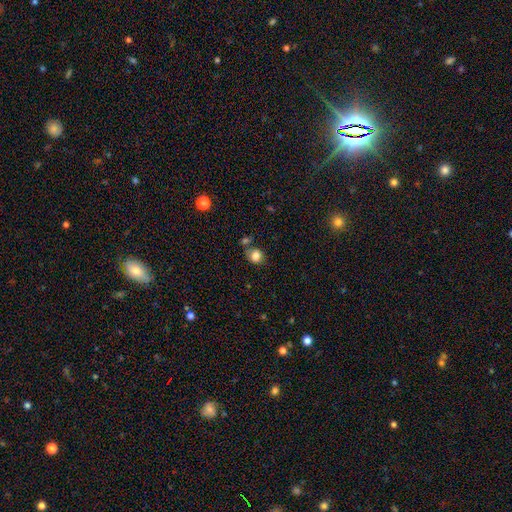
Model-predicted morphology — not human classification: smooth 82%, star or artifact 11%, featured or disk 7%. Down the decision tree: how rounded — round (68%); merging — none (63%).